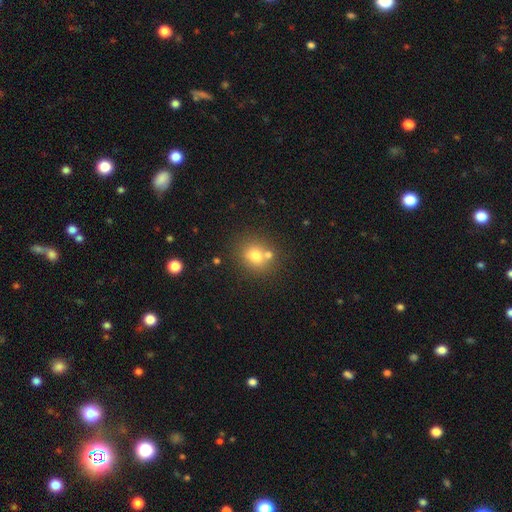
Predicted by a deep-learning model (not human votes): Smooth or featured? smooth (71%)
How rounded? round (74%)
Merging? none (61%)